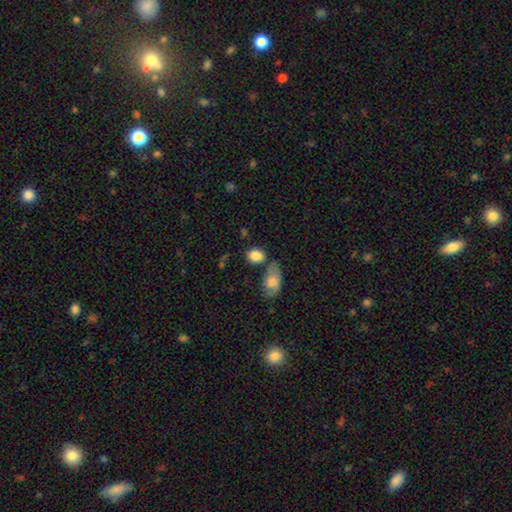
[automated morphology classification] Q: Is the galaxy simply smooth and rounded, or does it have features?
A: smooth — 86%.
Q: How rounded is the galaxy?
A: in between — 62%.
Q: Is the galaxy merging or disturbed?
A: none — 61%.